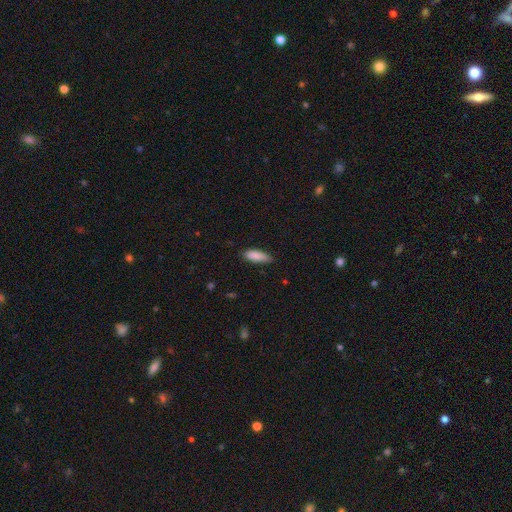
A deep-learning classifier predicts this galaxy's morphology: The model was most divided on "how rounded": in between: 65%, cigar-shaped: 33%, round: 2%. More confident: smooth or featured — smooth (87%); merging — none (76%).